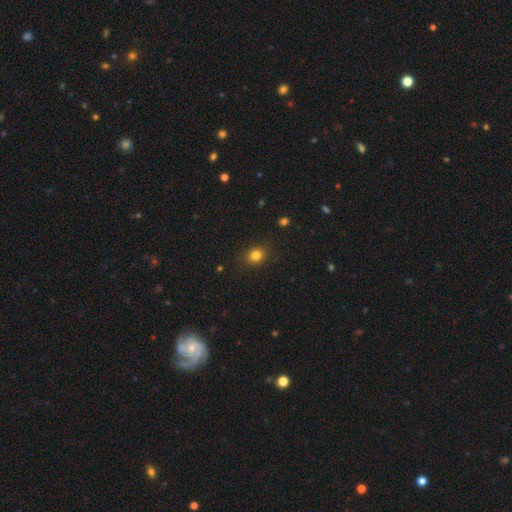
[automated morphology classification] The model was most divided on "how rounded": round: 60%, in between: 39%, cigar-shaped: 1%. More confident: merging — none (87%); smooth or featured — smooth (82%).